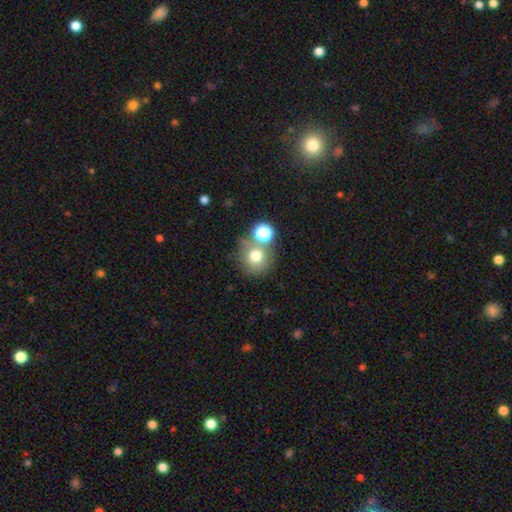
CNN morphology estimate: smooth 71%, star or artifact 16%, featured or disk 12%. Down the decision tree: how rounded — round (87%); merging — none (60%).